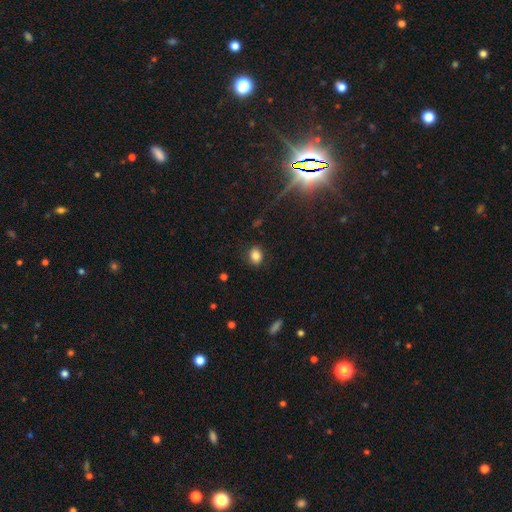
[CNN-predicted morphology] Smooth or featured? smooth (82%)
How rounded? round (54%)
Merging? none (84%)